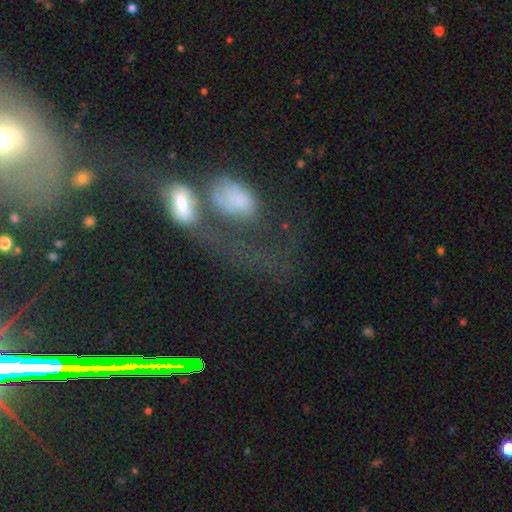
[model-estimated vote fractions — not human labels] A featured or disk galaxy (43%). Merging: merger (49%).